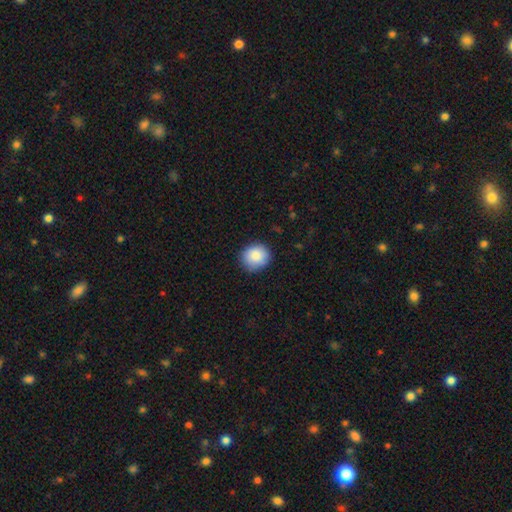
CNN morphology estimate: A smooth galaxy with no disk features (87%) that is round (82%). Merging: none (87%).